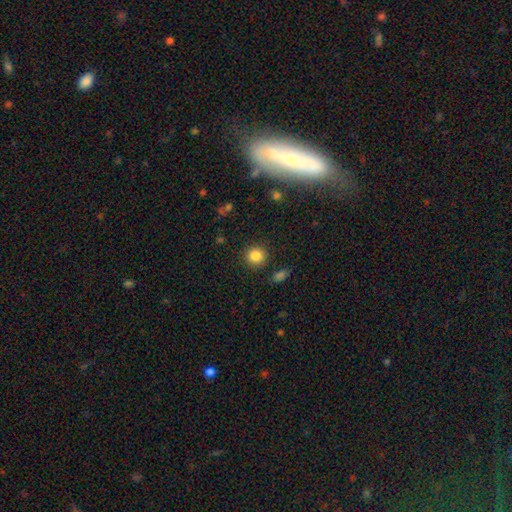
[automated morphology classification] A smooth galaxy with no disk features (85%) that is round (90%).

Vote fractions:
- Smooth or featured? smooth: 85% / star or artifact: 10% / featured or disk: 5%
- How rounded? round: 90% / in between: 9% / cigar-shaped: 1%
- Merging? none: 89% / minor disturbance: 7% / major disturbance: 3% / merger: 2%